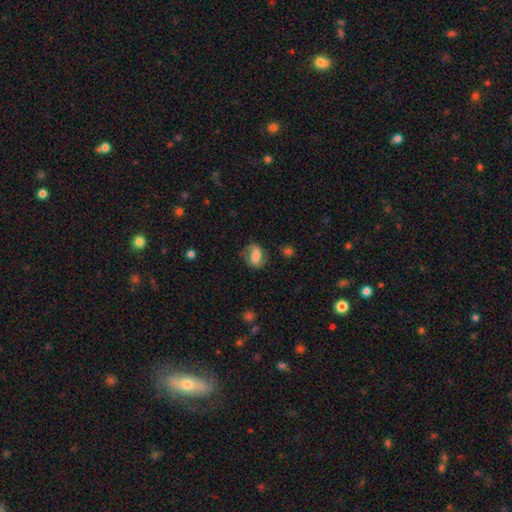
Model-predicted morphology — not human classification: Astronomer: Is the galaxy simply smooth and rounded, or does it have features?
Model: smooth — 52% (runner-up: featured or disk, 39%).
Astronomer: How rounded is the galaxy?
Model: in between — 70%.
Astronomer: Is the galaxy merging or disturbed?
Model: none — 67%.